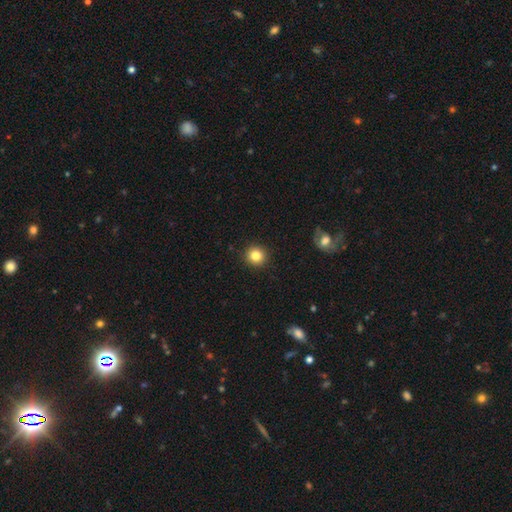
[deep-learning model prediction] Morphology: type=smooth (83%); roundness=round (94%); merging=none (93%).